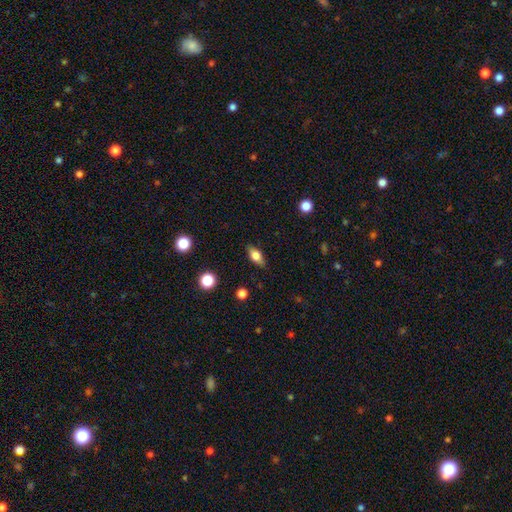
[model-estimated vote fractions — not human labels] This is likely a smooth galaxy (65%). How rounded: likely in between (77%). Merging: clearly none (85%).